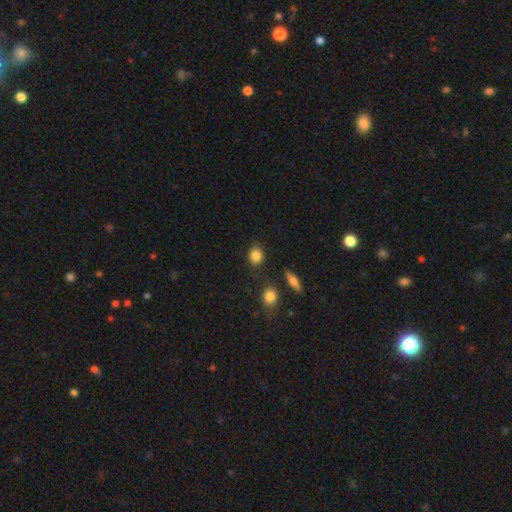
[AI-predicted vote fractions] Morphology: type=smooth (85%); roundness=round (53%); merging=none (80%).